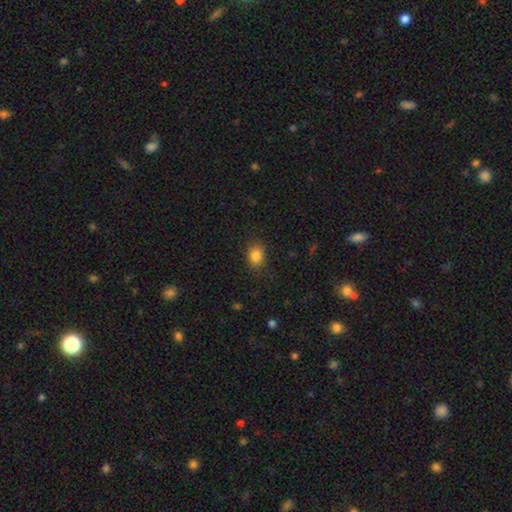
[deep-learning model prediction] Morphology: type=smooth (85%); roundness=in between (62%); merging=none (84%).